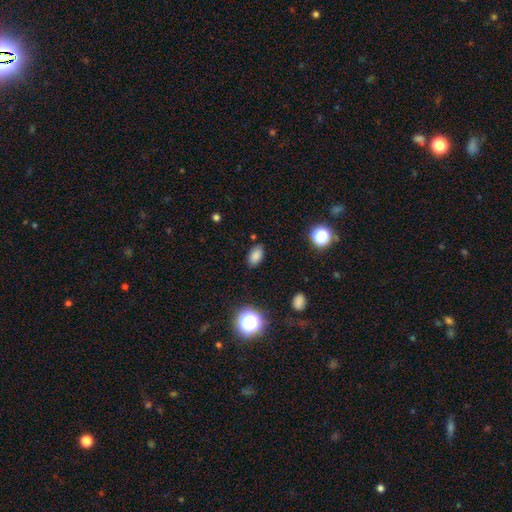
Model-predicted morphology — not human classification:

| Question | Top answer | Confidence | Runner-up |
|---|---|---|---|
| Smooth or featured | smooth | 82% | star or artifact (13%) |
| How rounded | in between | 89% | round (9%) |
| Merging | none | 85% | minor disturbance (10%) |